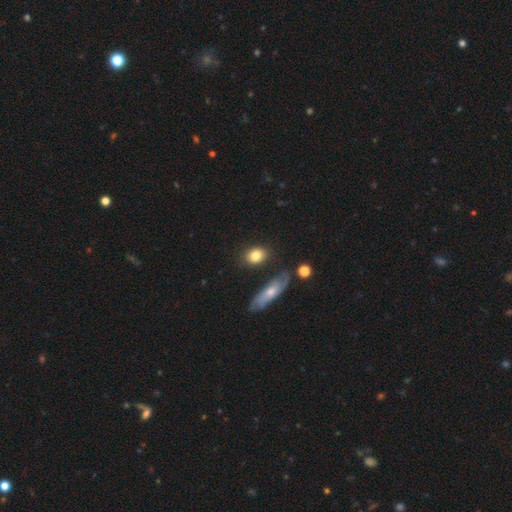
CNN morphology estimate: The model was most divided on "how rounded": in between: 55%, round: 40%, cigar-shaped: 4%. More confident: smooth or featured — smooth (80%); merging — none (75%).